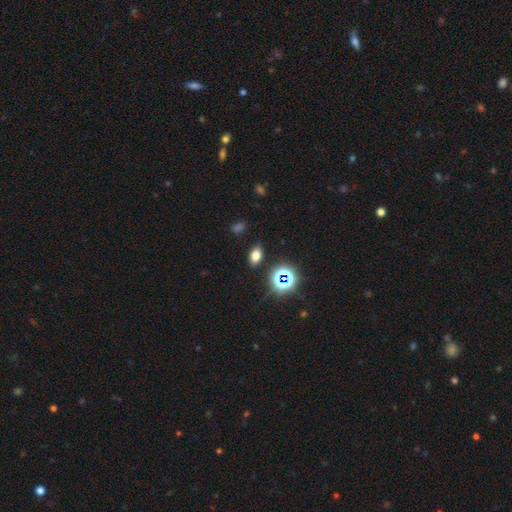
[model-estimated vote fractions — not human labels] Smooth or featured: smooth — 69% (star or artifact — 22%)
How rounded: in between — 84% (round — 14%)
Merging: none — 87% (minor disturbance — 8%)